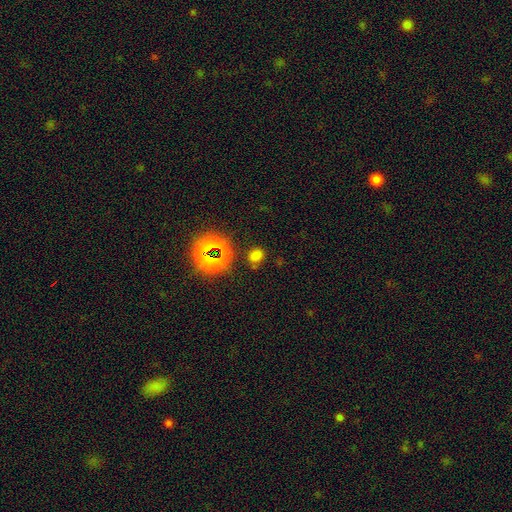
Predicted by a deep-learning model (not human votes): Overall: smooth (61%; star or artifact 33%). How rounded: round (49%, tied with in between). Merging: none (74%).